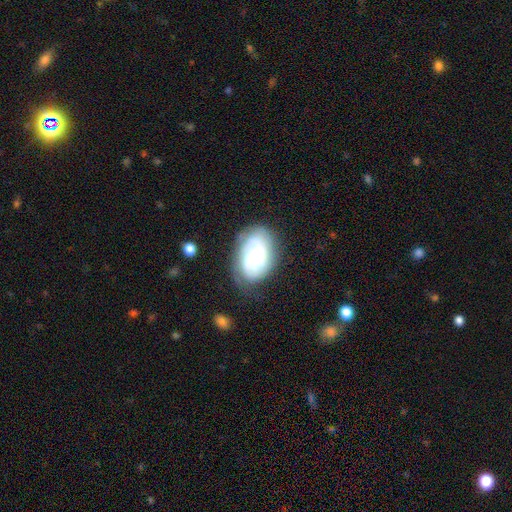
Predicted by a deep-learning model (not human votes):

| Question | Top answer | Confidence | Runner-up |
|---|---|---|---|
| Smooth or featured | featured or disk | 72% | smooth (22%) |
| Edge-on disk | no | 97% | yes (3%) |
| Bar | no | 63% | weak (30%) |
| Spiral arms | yes | 92% | no (8%) |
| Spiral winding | tight | 55% | medium (34%) |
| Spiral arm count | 2 | 36% | can't tell (30%) |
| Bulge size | small | 44% | moderate (34%) |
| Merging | none | 65% | minor disturbance (22%) |